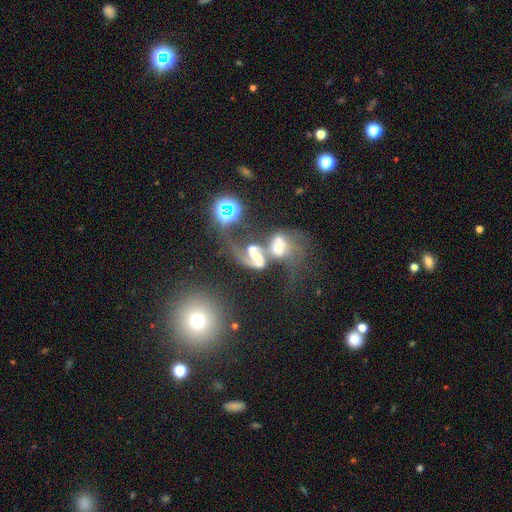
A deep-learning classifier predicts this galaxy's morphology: This appears to be a featured or disk galaxy (61%) with no bar (45%), spiral arms (72%) and a moderate central bulge (41%). Merging: merger (64%).